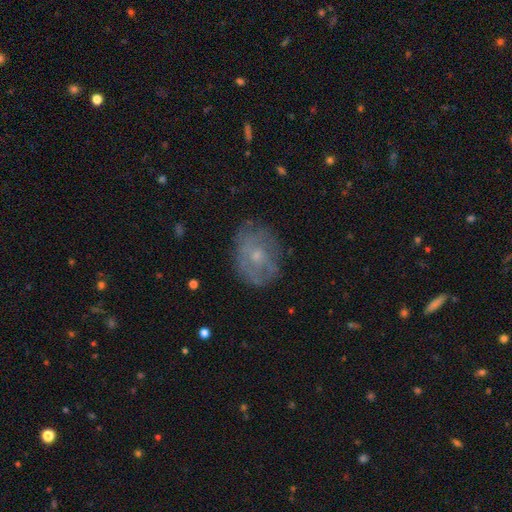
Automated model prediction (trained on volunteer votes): The model was most divided on "spiral arms": yes: 51%, no: 49%. More confident: edge-on disk — no (96%); bar — no (82%); merging — none (70%); bulge size — small (60%); smooth or featured — featured or disk (53%).